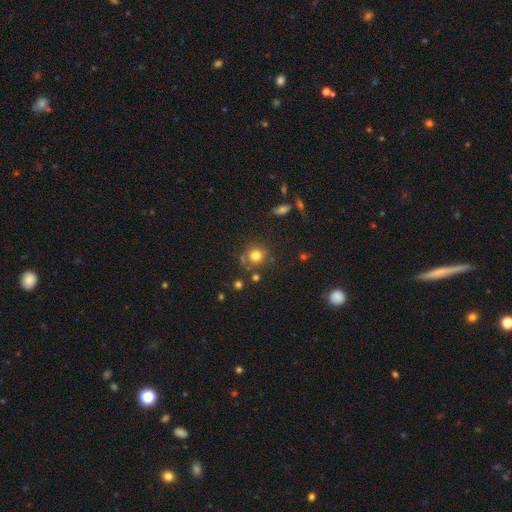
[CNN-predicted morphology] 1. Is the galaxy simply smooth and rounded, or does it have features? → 77% smooth, 14% star or artifact, 9% featured or disk.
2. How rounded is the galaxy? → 88% round, 11% in between, 1% cigar-shaped.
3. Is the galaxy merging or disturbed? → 74% none, 14% minor disturbance, 8% merger, 5% major disturbance.